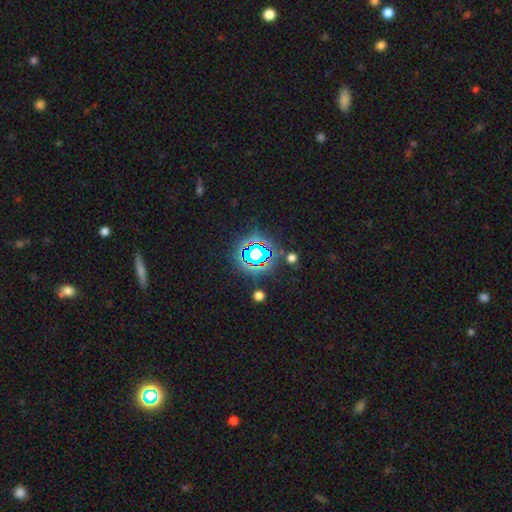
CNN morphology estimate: Q: Smooth or featured?
A: star or artifact (70%); runner-up: smooth (18%)